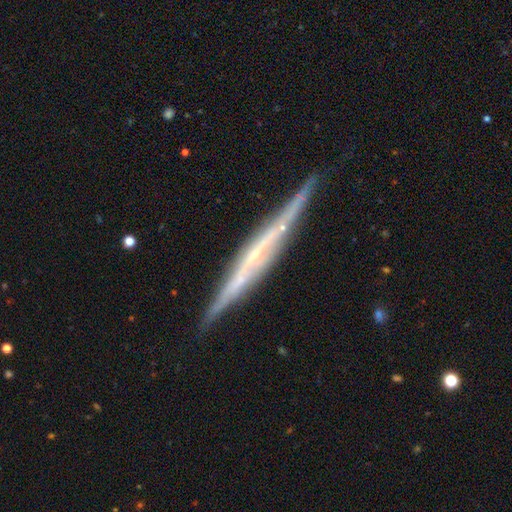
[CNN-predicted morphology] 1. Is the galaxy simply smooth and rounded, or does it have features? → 82% featured or disk, 13% smooth, 6% star or artifact.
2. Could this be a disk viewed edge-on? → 97% yes, 3% no.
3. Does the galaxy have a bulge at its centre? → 55% none, 27% rounded, 18% boxy.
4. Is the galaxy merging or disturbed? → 86% none, 10% minor disturbance, 2% major disturbance, 2% merger.